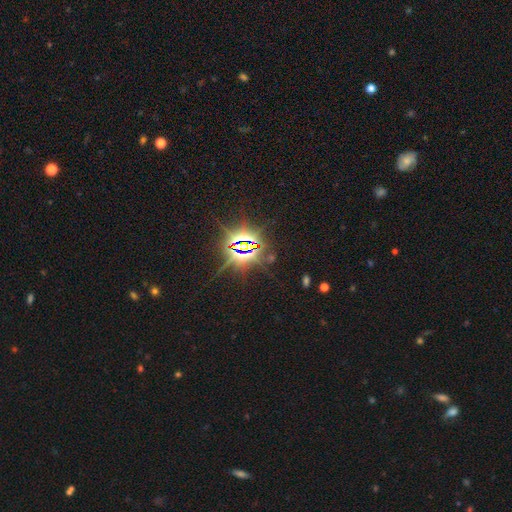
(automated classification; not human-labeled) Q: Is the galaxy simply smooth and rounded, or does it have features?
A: star or artifact — 85%.